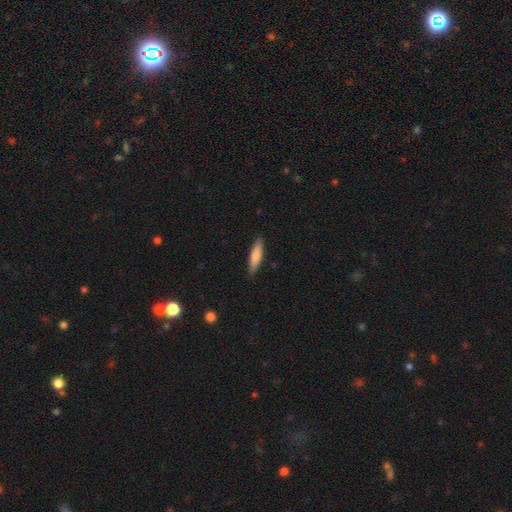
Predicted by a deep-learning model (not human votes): Smooth or featured? smooth (76%)
How rounded? cigar-shaped (78%)
Merging? none (89%)